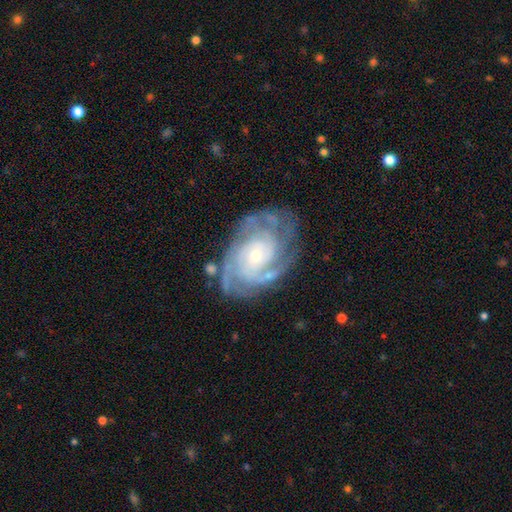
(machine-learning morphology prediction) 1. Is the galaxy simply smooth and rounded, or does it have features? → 88% featured or disk, 6% smooth, 5% star or artifact.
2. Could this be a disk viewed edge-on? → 97% no, 3% yes.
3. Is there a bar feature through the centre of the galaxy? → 73% no, 22% weak, 5% strong.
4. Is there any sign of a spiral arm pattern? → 97% yes, 3% no.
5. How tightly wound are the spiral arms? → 68% tight, 26% medium, 5% loose.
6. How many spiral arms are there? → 25% 3 (tied), 25% can't tell (tied), 22% 4, 15% 2, 7% more than 4, 6% 1.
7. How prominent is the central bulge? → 65% small, 30% moderate, 2% large, 1% none, 1% dominant.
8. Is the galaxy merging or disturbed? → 70% none, 19% minor disturbance, 9% major disturbance, 3% merger.